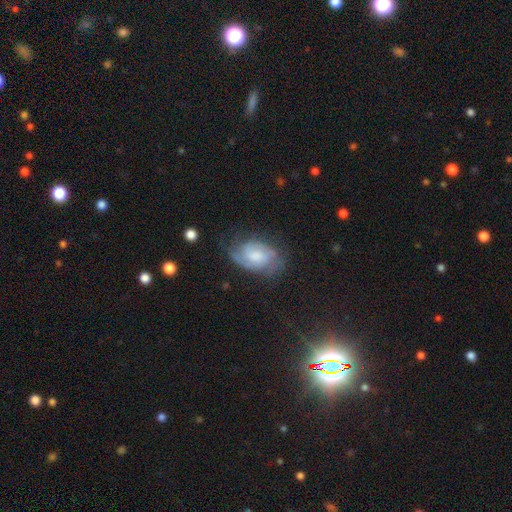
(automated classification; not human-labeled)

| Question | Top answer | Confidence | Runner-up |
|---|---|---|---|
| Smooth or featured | featured or disk | 61% | smooth (31%) |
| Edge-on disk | no | 96% | yes (4%) |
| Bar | no | 58% | weak (36%) |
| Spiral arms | yes | 87% | no (13%) |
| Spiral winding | medium | 42% | tight (41%) |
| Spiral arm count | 2 | 52% | can't tell (28%) |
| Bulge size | moderate | 38% | small (23%) |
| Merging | none | 58% | minor disturbance (27%) |